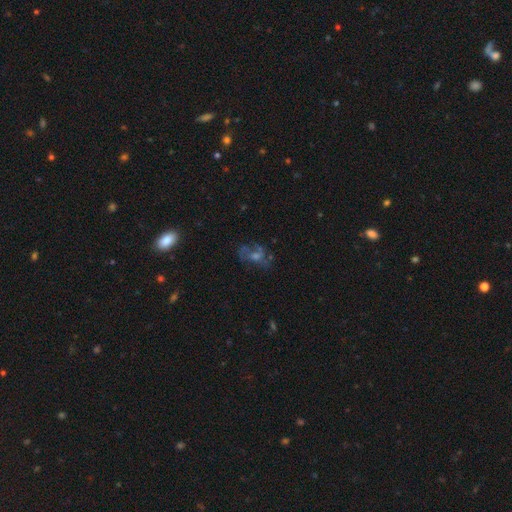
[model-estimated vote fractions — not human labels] This appears to be a featured or disk galaxy (57%) with no bar (67%), spiral arms (58%) and a moderate central bulge (45%). Merging: none (61%).